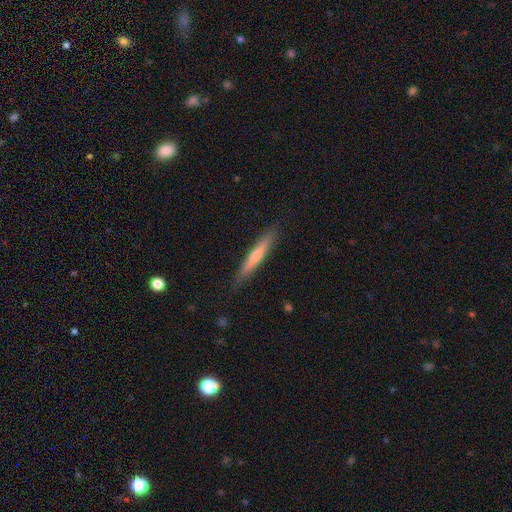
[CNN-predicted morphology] Smooth or featured?
  - smooth: 58% *
  - featured or disk: 36%
  - star or artifact: 6%
How rounded?
  - cigar-shaped: 95% *
  - in between: 4%
  - round: 1%
Merging?
  - none: 88% *
  - minor disturbance: 9%
  - major disturbance: 2%
  - merger: 1%